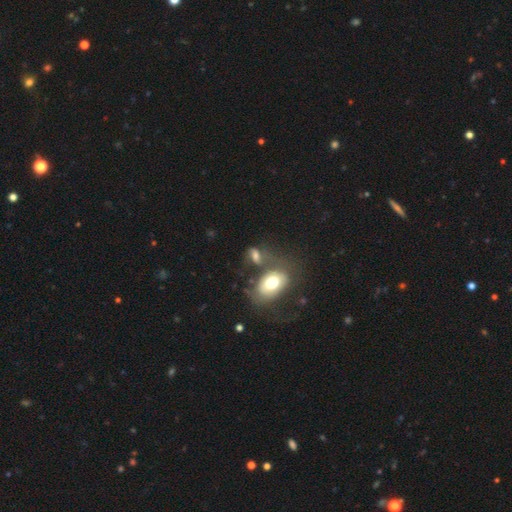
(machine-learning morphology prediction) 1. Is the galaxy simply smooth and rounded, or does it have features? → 57% smooth, 31% featured or disk, 12% star or artifact.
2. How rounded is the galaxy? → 80% in between, 15% round, 4% cigar-shaped.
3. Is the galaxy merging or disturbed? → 34% merger, 33% none, 17% minor disturbance, 17% major disturbance.